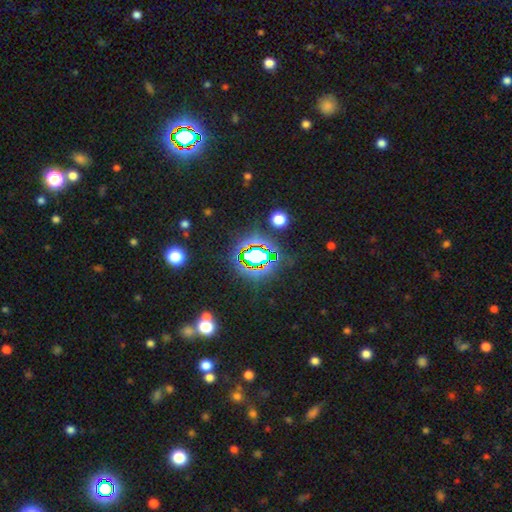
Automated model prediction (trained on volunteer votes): This appears to be a star or artifact, not a galaxy (71%).